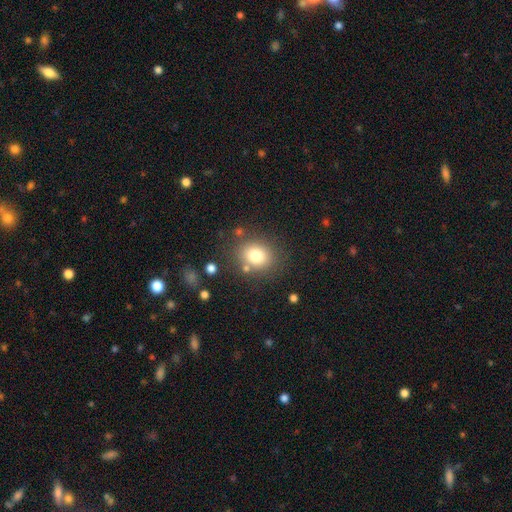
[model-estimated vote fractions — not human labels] Smooth or featured?
  - smooth: 78% *
  - star or artifact: 12%
  - featured or disk: 10%
How rounded?
  - round: 66% *
  - in between: 33%
  - cigar-shaped: 1%
Merging?
  - none: 79% *
  - minor disturbance: 11%
  - merger: 5%
  - major disturbance: 5%